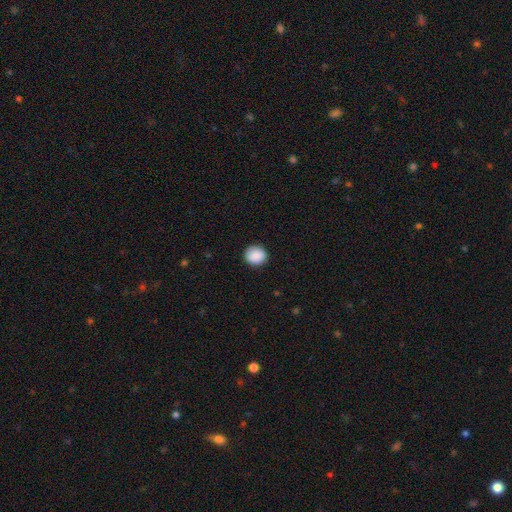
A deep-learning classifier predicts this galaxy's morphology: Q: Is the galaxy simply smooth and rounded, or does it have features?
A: smooth — 89%.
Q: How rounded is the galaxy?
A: round — 83%.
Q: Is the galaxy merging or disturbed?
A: none — 89%.